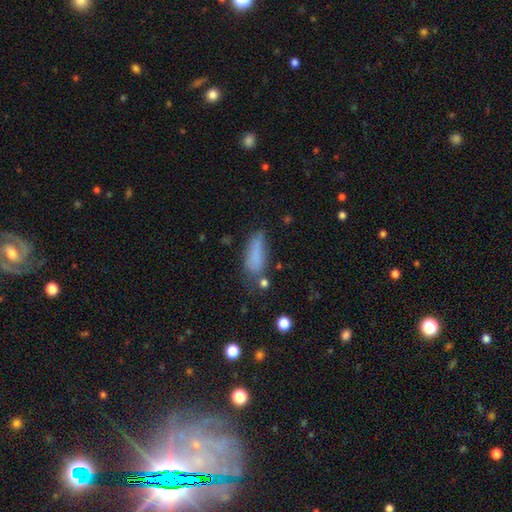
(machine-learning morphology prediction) Smooth or featured: smooth — 80% (star or artifact — 10%)
How rounded: in between — 59% (cigar-shaped — 39%)
Merging: none — 57% (minor disturbance — 27%)